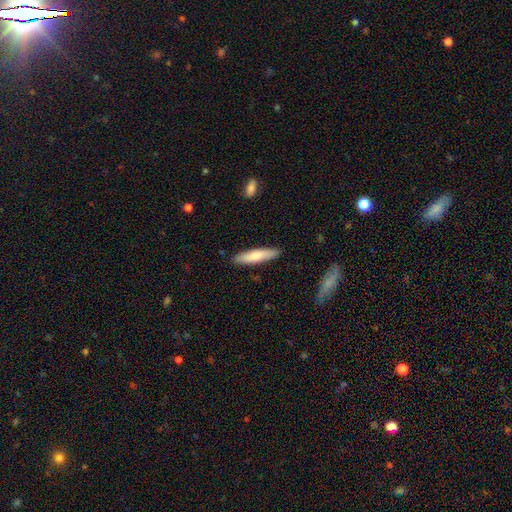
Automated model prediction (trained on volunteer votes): Morphology: type=smooth (75%); roundness=cigar-shaped (81%); merging=none (89%).